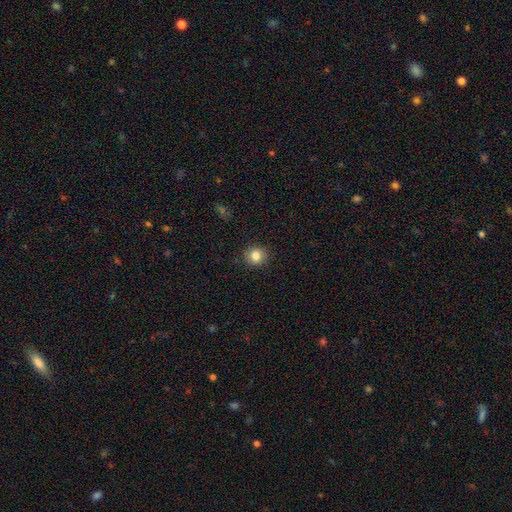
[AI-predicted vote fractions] Smooth or featured: smooth — 83% (star or artifact — 11%)
How rounded: round — 87% (in between — 12%)
Merging: none — 90% (minor disturbance — 7%)